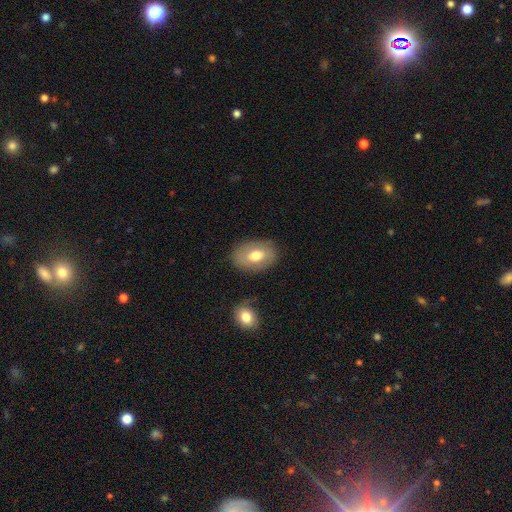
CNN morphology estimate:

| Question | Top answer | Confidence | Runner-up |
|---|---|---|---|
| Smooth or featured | smooth | 64% | featured or disk (29%) |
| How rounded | in between | 83% | round (16%) |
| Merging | none | 80% | minor disturbance (13%) |